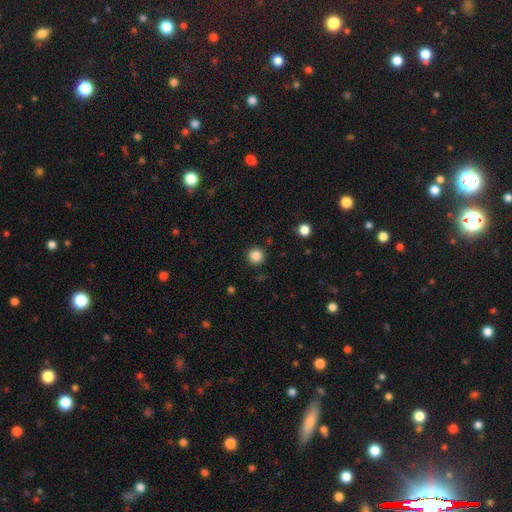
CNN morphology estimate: Smooth or featured?
  - smooth: 86% *
  - star or artifact: 11%
  - featured or disk: 3%
How rounded?
  - round: 96% *
  - in between: 4%
  - cigar-shaped: 1%
Merging?
  - none: 92% *
  - minor disturbance: 5%
  - major disturbance: 2%
  - merger: 1%